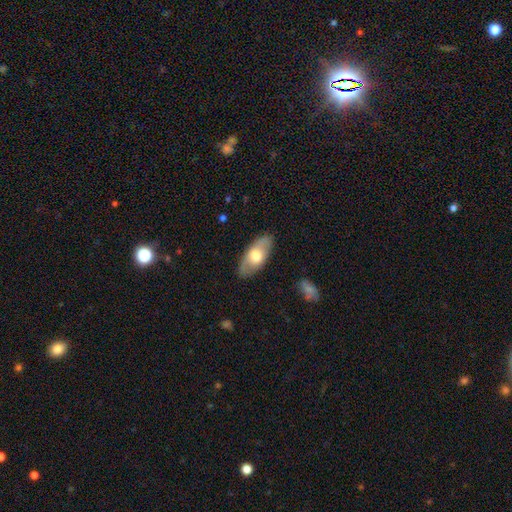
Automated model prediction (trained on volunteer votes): Smooth or featured? Predicted: smooth (p=0.57). How rounded? Predicted: in between (p=0.88). Merging? Predicted: none (p=0.85).